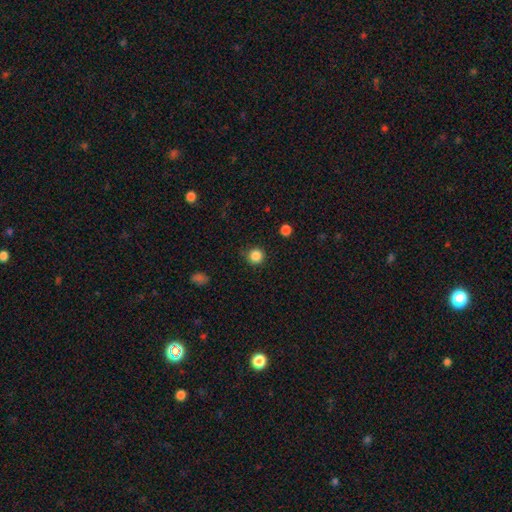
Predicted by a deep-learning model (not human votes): smooth-or-featured: smooth: 86% | star or artifact: 11% | featured or disk: 3%
  how-rounded: round: 95% | in between: 4% | cigar-shaped: 1%
  merging: none: 87% | minor disturbance: 9% | major disturbance: 3% | merger: 1%